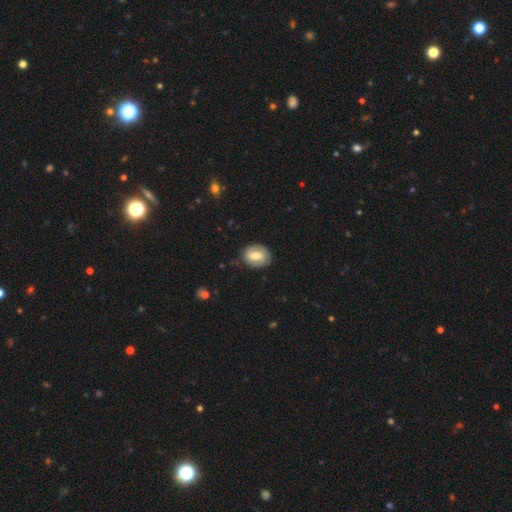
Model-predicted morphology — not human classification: A featured or disk galaxy (48%).

Vote fractions:
- Smooth or featured? featured or disk: 48% / smooth: 45% / star or artifact: 7%
- Merging? none: 77% / minor disturbance: 17% / major disturbance: 5% / merger: 1%